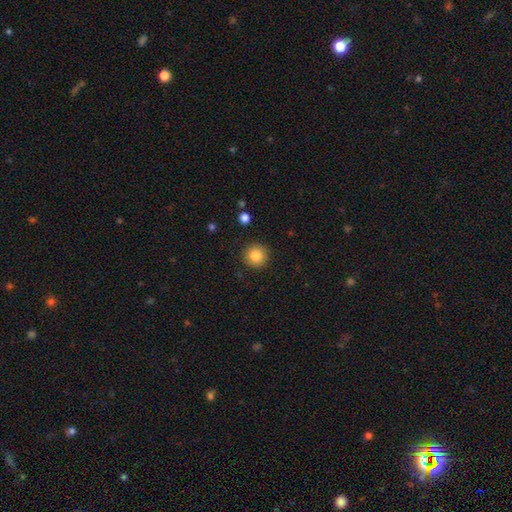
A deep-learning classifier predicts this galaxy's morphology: A smooth galaxy with no disk features (85%) that is round (95%).

Vote fractions:
- Smooth or featured? smooth: 85% / star or artifact: 9% / featured or disk: 6%
- How rounded? round: 95% / in between: 4% / cigar-shaped: 1%
- Merging? none: 91% / minor disturbance: 6% / major disturbance: 2% / merger: 1%